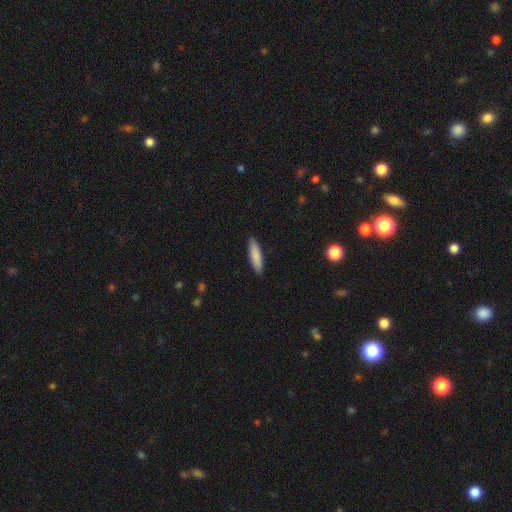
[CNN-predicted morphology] A smooth galaxy with no disk features (86%) that is cigar-shaped (72%). Merging: none (90%).